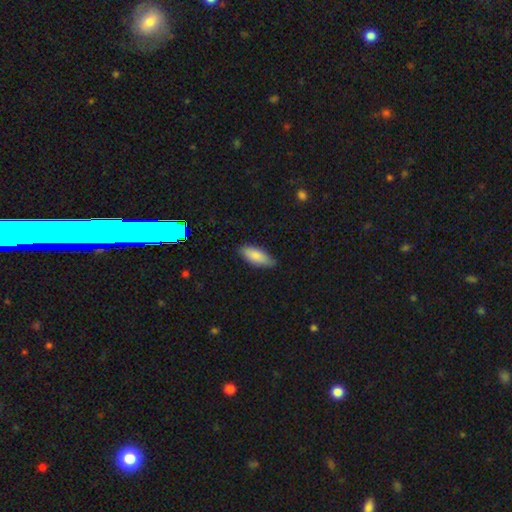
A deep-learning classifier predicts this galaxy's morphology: A smooth galaxy with no disk features (84%) that is in between round and cigar-shaped (78%). Merging: none (81%).